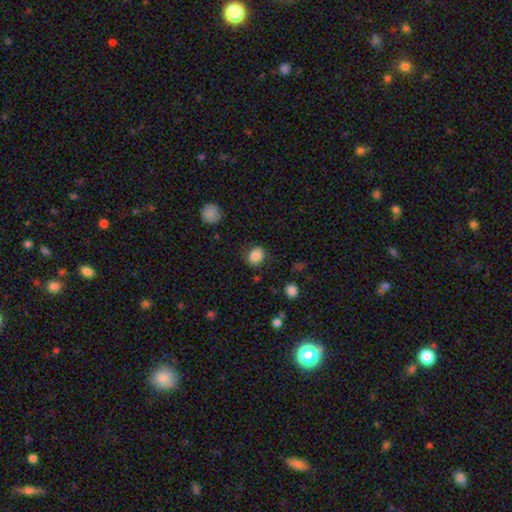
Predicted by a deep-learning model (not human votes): Morphology: type=smooth (85%); roundness=round (59%); merging=none (81%).